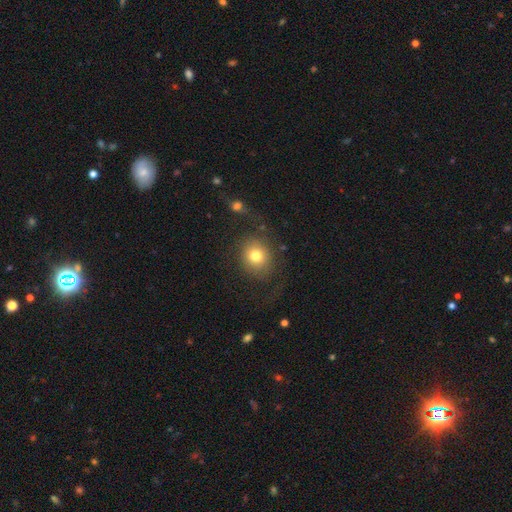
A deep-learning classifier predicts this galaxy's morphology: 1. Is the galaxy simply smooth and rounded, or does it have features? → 74% smooth, 15% featured or disk, 11% star or artifact.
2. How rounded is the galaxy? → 80% round, 19% in between, 1% cigar-shaped.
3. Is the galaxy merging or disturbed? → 71% none, 13% minor disturbance, 12% major disturbance, 3% merger.